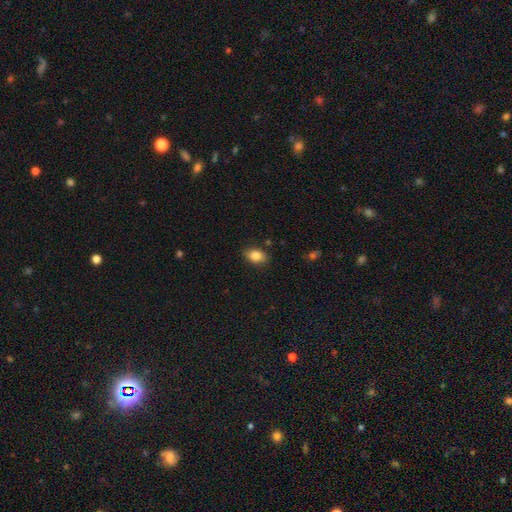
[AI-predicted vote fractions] smooth_or_featured: smooth (p=0.84) [alt: star or artifact p=0.08]
how_rounded: in between (p=0.82) [alt: round p=0.16]
merging: none (p=0.85) [alt: minor disturbance p=0.12]